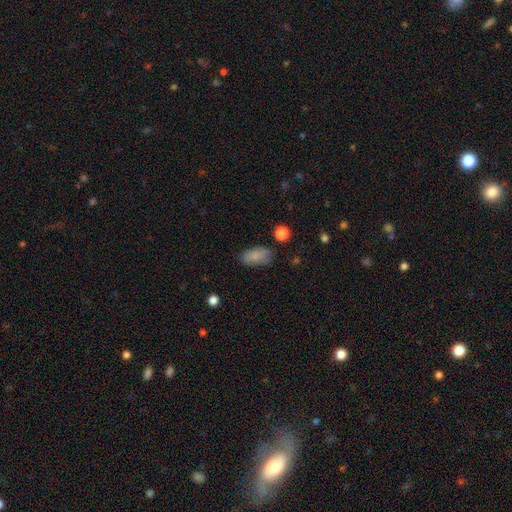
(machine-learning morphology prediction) smooth-or-featured: smooth: 85% | star or artifact: 8% | featured or disk: 7%
  how-rounded: in between: 92% | round: 5% | cigar-shaped: 3%
  merging: none: 77% | minor disturbance: 17% | major disturbance: 4% | merger: 2%